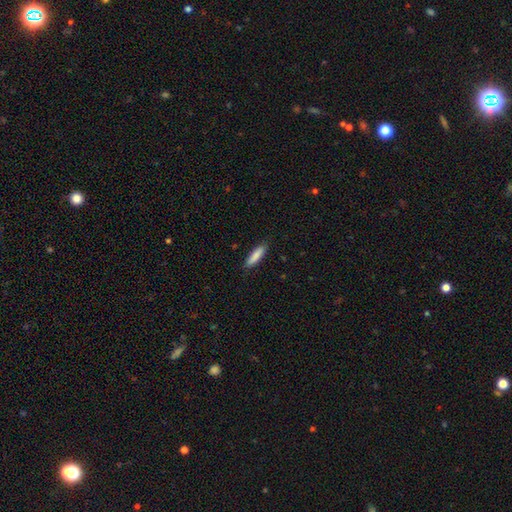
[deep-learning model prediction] The model was most divided on "how rounded": cigar-shaped: 73%, in between: 25%, round: 1%. More confident: merging — none (87%); smooth or featured — smooth (85%).